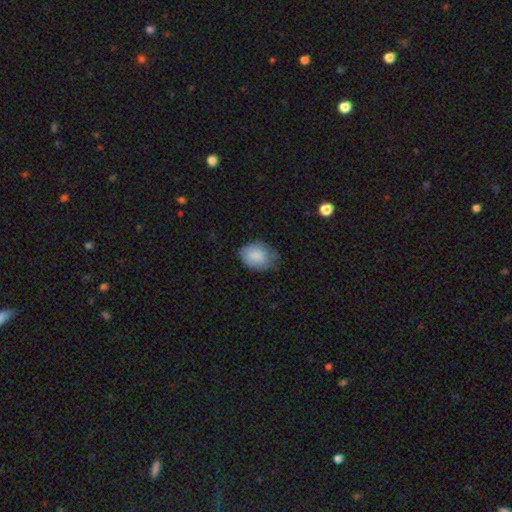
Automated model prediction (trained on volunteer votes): Smooth or featured: smooth — 82% (featured or disk — 12%)
How rounded: in between — 65% (round — 34%)
Merging: none — 55% (minor disturbance — 35%)